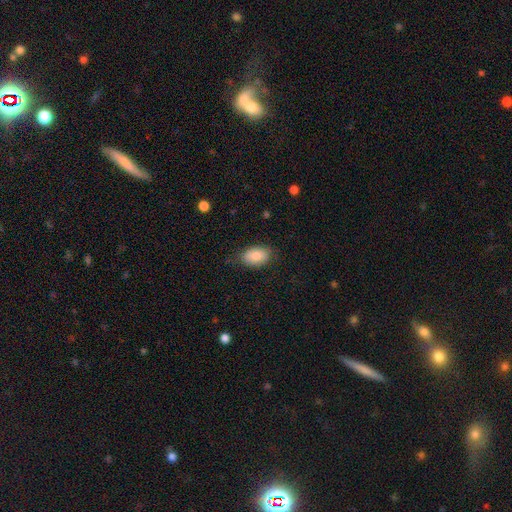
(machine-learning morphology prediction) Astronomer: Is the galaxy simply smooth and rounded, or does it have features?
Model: smooth — 81%.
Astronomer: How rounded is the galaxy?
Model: in between — 89%.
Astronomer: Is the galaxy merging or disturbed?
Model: none — 78%.